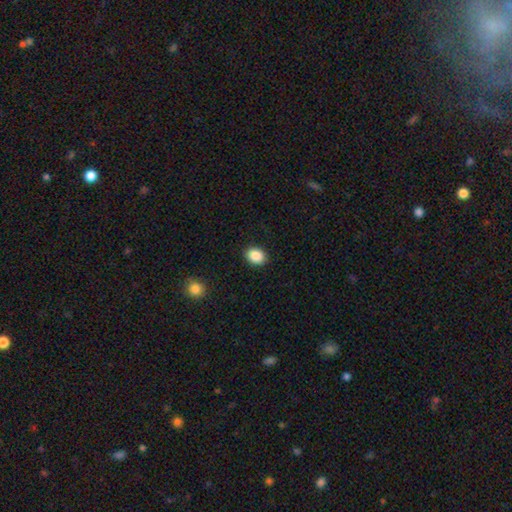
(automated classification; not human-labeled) smooth-or-featured: smooth: 89% | star or artifact: 8% | featured or disk: 3%
  how-rounded: in between: 67% | round: 32% | cigar-shaped: 1%
  merging: none: 90% | minor disturbance: 7% | major disturbance: 2% | merger: 1%